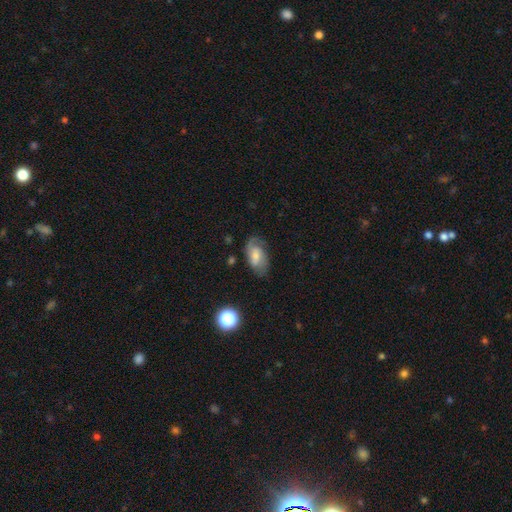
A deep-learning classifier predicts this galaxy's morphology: smooth_or_featured: featured or disk (p=0.54) [alt: smooth p=0.38]
disk_edge_on: no (p=0.94) [alt: yes p=0.06]
bar: weak (p=0.44) [alt: no p=0.42]
has_spiral_arms: yes (p=0.87) [alt: no p=0.13]
bulge_size: moderate (p=0.40) [alt: small p=0.38]
merging: none (p=0.67) [alt: minor disturbance p=0.22]